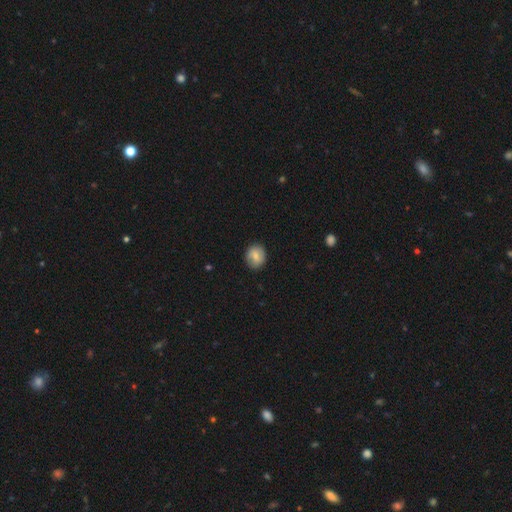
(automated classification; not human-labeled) A smooth galaxy with no disk features (76%) that is round (66%). Merging: none (87%).